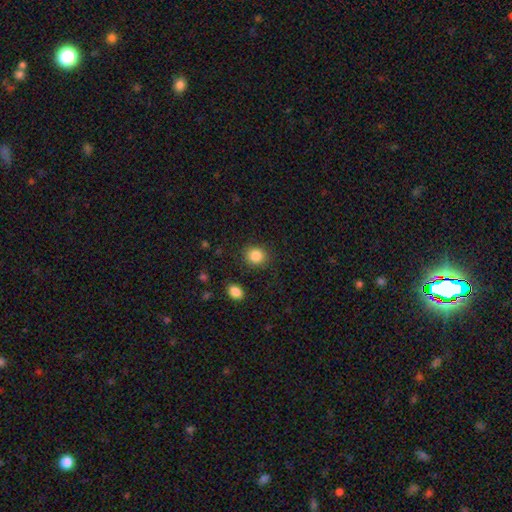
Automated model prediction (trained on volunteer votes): Smooth or featured?
  - smooth: 85% *
  - star or artifact: 10%
  - featured or disk: 5%
How rounded?
  - round: 79% *
  - in between: 20%
  - cigar-shaped: 1%
Merging?
  - none: 88% *
  - minor disturbance: 8%
  - major disturbance: 3%
  - merger: 2%